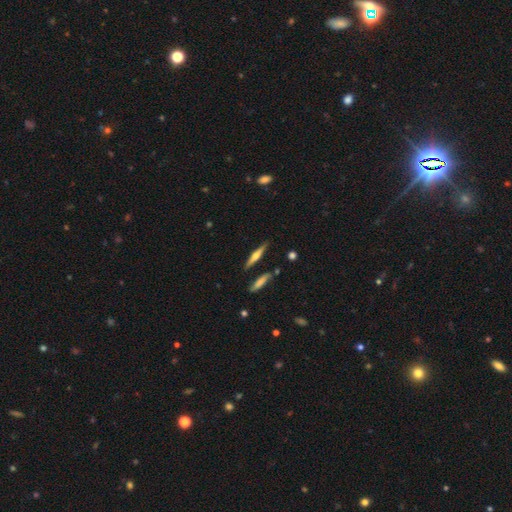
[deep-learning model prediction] Morphology: type=featured or disk (62%); edge-on=yes (97%); edge-on bulge=rounded (86%); merging=none (84%).